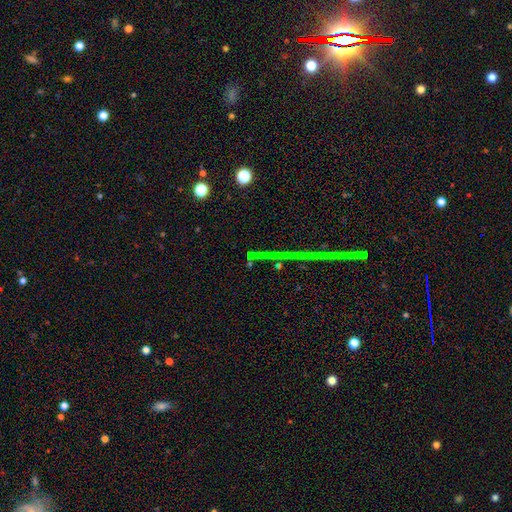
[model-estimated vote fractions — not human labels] A star or artifact, not a galaxy (76%).